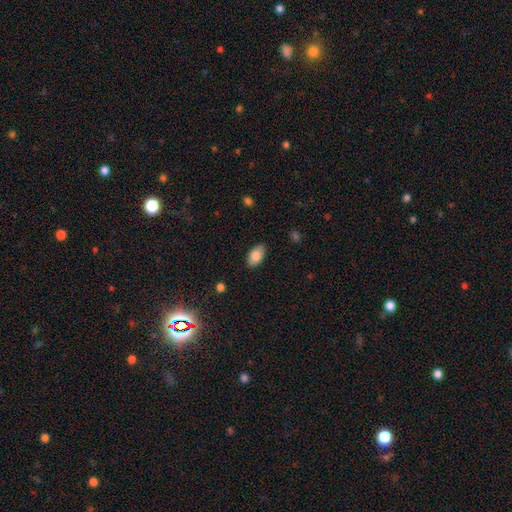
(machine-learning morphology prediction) Overall: smooth (83%). How rounded: in between (94%). Merging: none (86%).